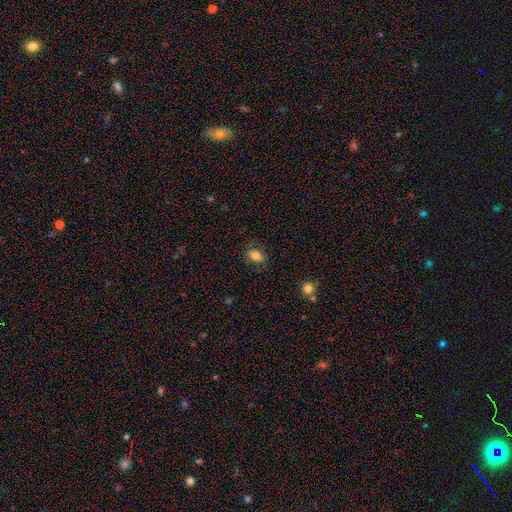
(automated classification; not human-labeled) Smooth or featured?
  - smooth: 79% *
  - featured or disk: 12%
  - star or artifact: 9%
How rounded?
  - in between: 84% *
  - round: 13%
  - cigar-shaped: 3%
Merging?
  - none: 79% *
  - minor disturbance: 15%
  - major disturbance: 5%
  - merger: 1%